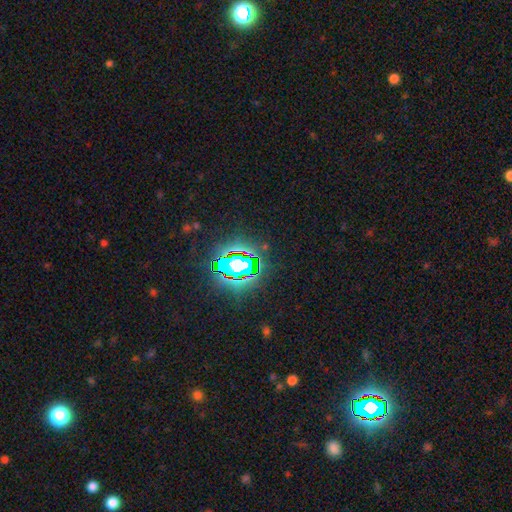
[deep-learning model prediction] Smooth or featured? star or artifact (81%)